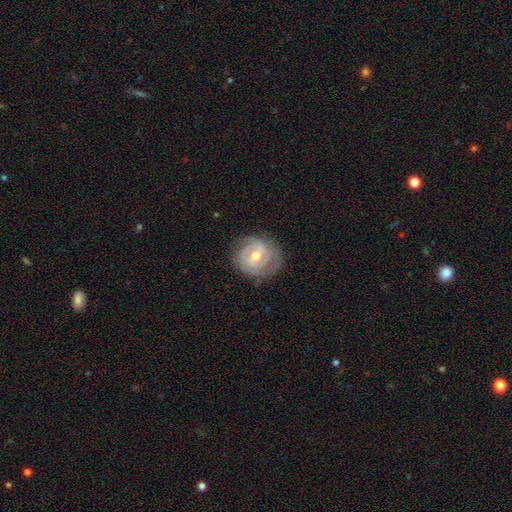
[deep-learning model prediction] A featured or disk galaxy (78%) with a weak bar (50%), 2 (49%) tight (69%) spiral arms (87%) and a moderate central bulge (64%). Merging: none (76%).